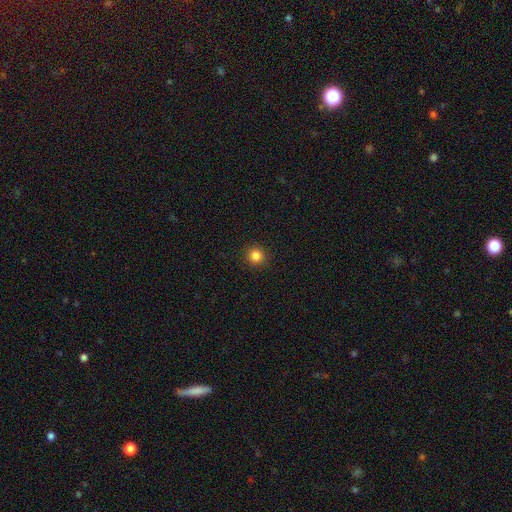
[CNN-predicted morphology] A smooth galaxy with no disk features (84%) that is round (95%).

Vote fractions:
- Smooth or featured? smooth: 84% / star or artifact: 12% / featured or disk: 4%
- How rounded? round: 95% / in between: 4% / cigar-shaped: 1%
- Merging? none: 93% / minor disturbance: 5% / major disturbance: 2% / merger: 1%